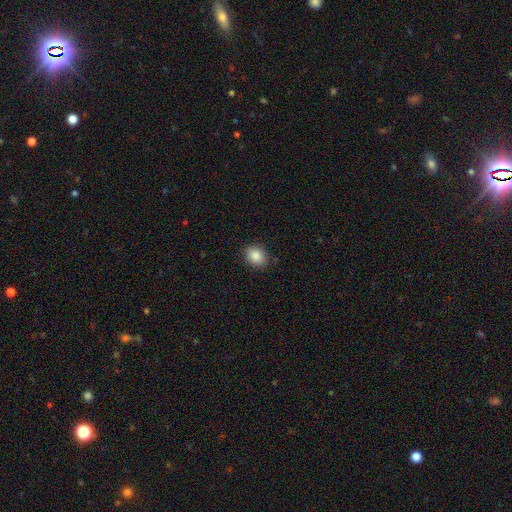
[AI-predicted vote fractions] smooth 87%, star or artifact 8%, featured or disk 4%. Down the decision tree: how rounded — round (52%); merging — none (87%).